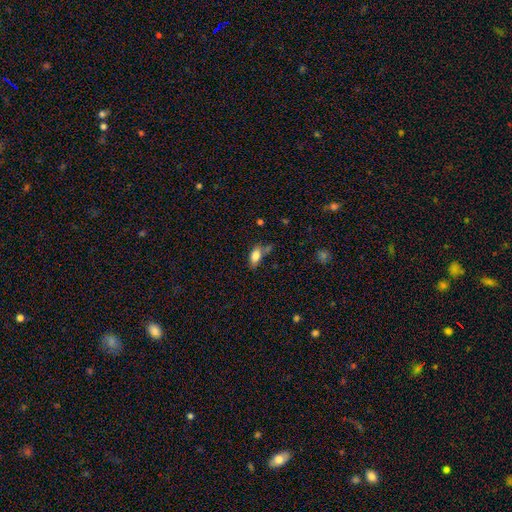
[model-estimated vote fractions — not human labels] Smooth or featured: smooth — 81% (featured or disk — 11%)
How rounded: in between — 87% (cigar-shaped — 8%)
Merging: none — 57% (minor disturbance — 23%)